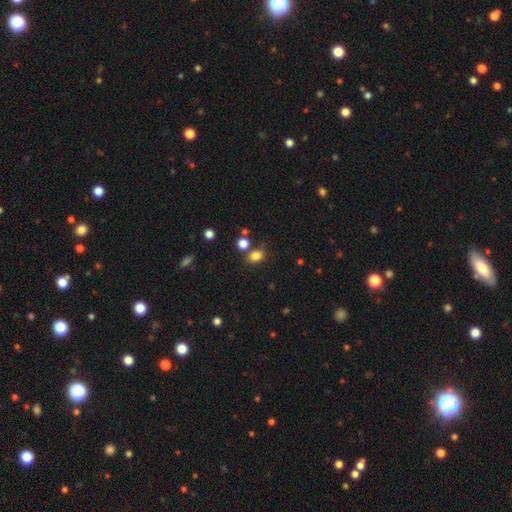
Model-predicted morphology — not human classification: Smooth or featured: smooth — 82% (star or artifact — 13%)
How rounded: in between — 62% (round — 37%)
Merging: none — 70% (merger — 13%)